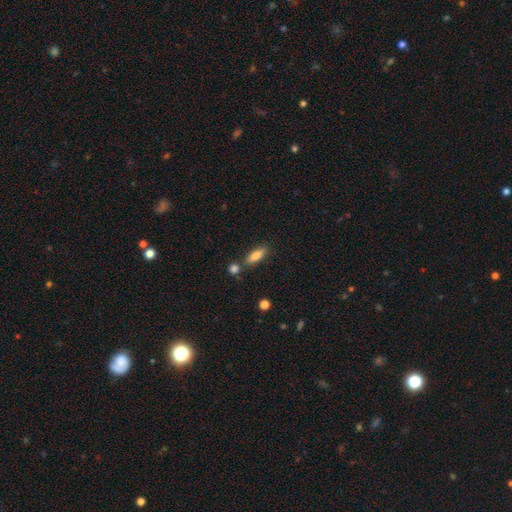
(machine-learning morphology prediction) type=smooth (77%); roundness=in between (56%); merging=none (75%).